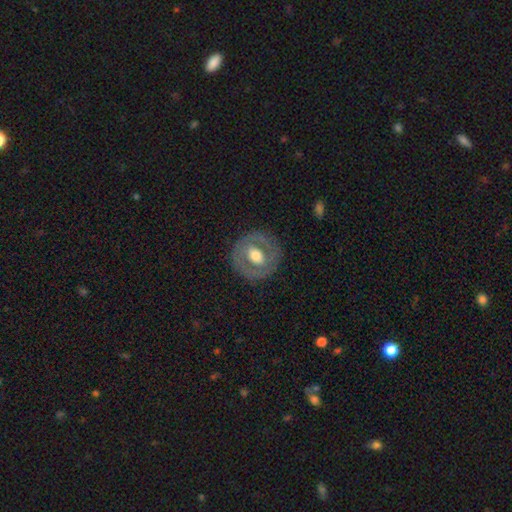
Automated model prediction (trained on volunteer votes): smooth-or-featured: featured or disk: 53% | smooth: 41% | star or artifact: 6%
  disk-edge-on: no: 95% | yes: 5%
    bar: no: 61% | weak: 27% | strong: 12%
    has-spiral-arms: no: 83% | yes: 17%
    bulge-size: moderate: 64% | large: 25% | small: 8% | dominant: 2% | none: 1%
  merging: none: 83% | minor disturbance: 11% | major disturbance: 5% | merger: 1%